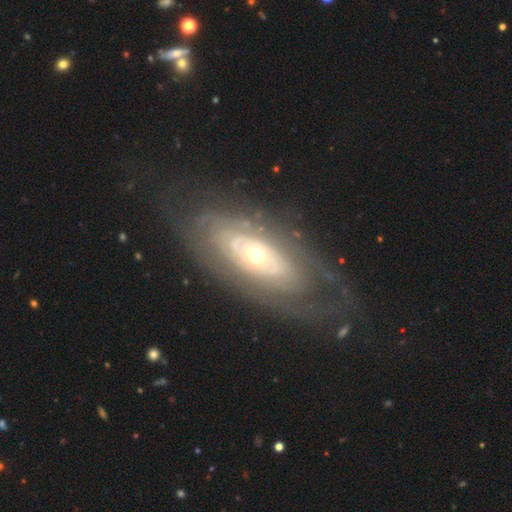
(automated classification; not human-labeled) Morphology: type=featured or disk (76%); edge-on=no (88%); bar=no (86%); spiral arms=yes (56%); bulge=small (50%); merging=none (74%).